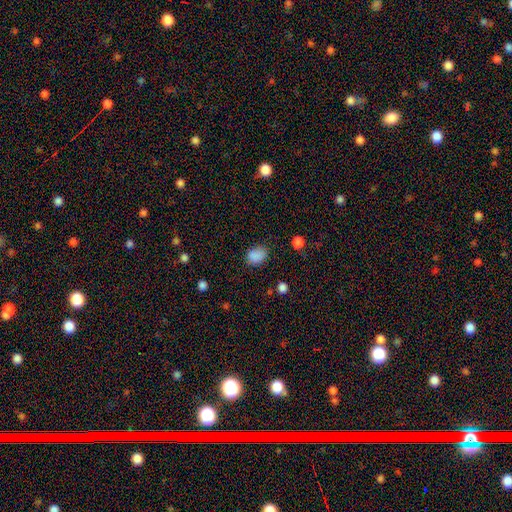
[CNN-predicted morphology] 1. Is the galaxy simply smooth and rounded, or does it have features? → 84% smooth, 11% star or artifact, 4% featured or disk.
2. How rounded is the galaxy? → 67% in between, 31% round, 1% cigar-shaped.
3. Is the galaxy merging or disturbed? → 72% none, 21% minor disturbance, 5% major disturbance, 2% merger.